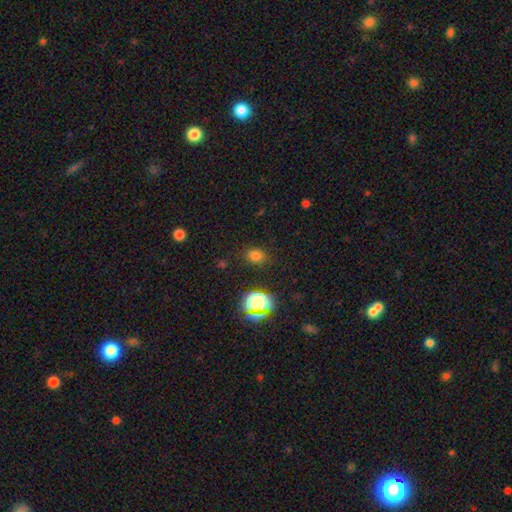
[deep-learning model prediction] Smooth or featured? Predicted: smooth (p=0.71). How rounded? Predicted: round (p=0.58). Merging? Predicted: none (p=0.84).